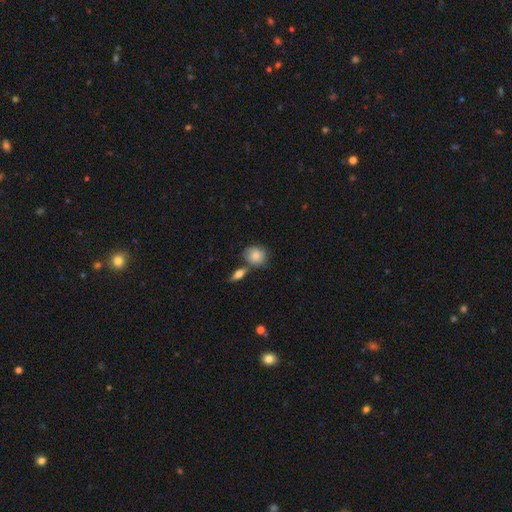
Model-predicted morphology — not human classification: Smooth or featured? Predicted: smooth (p=0.80). How rounded? Predicted: round (p=0.69). Merging? Predicted: none (p=0.58).